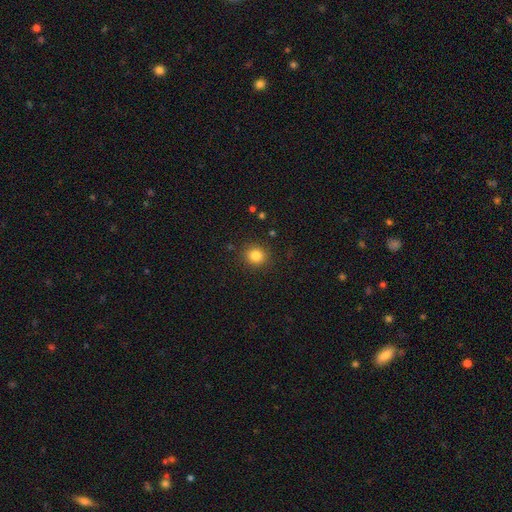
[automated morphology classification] Smooth or featured?
  - smooth: 83% *
  - star or artifact: 12%
  - featured or disk: 5%
How rounded?
  - round: 86% *
  - in between: 13%
  - cigar-shaped: 1%
Merging?
  - none: 89% *
  - minor disturbance: 7%
  - major disturbance: 2%
  - merger: 1%